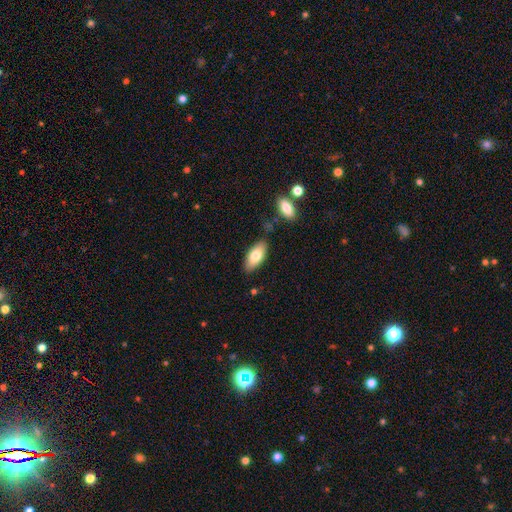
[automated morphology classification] This is likely a smooth galaxy (76%). How rounded: clearly in between (87%). Merging: clearly none (82%).